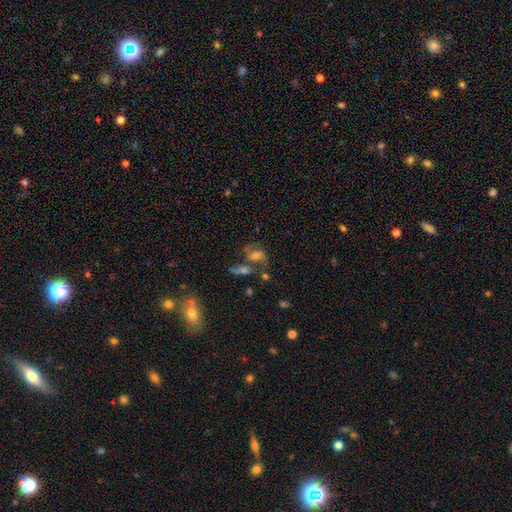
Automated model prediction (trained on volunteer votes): This is likely a featured or disk galaxy (63%). It is clearly not viewed edge-on (95%). Bar: possibly no (48%). Spiral arm pattern: clearly yes (85%). Spiral arm count: clearly 2 (82%). Spiral winding: possibly medium (46%). Central bulge: possibly moderate (48%). Merging: marginally none (38%).